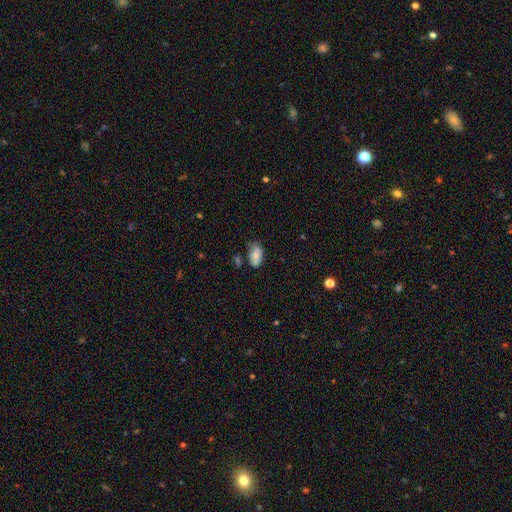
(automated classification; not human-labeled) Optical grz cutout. It shows a smooth galaxy with no disk features (76%) that is in between round and cigar-shaped (93%). Merging: none (61%).